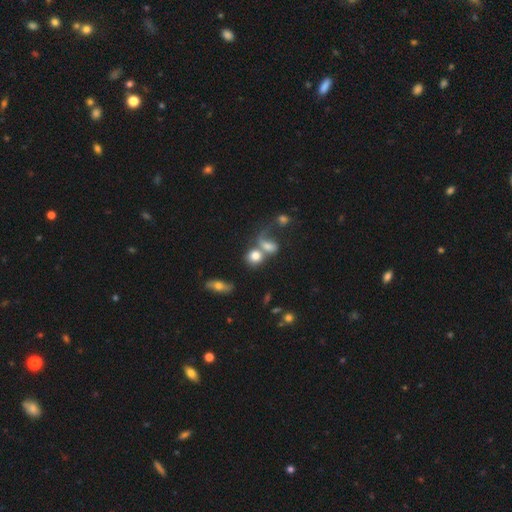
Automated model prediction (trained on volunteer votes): Smooth or featured?
  - smooth: 68% *
  - featured or disk: 20%
  - star or artifact: 12%
How rounded?
  - round: 63% *
  - in between: 35%
  - cigar-shaped: 3%
Merging?
  - merger: 54% *
  - none: 24%
  - major disturbance: 13%
  - minor disturbance: 8%